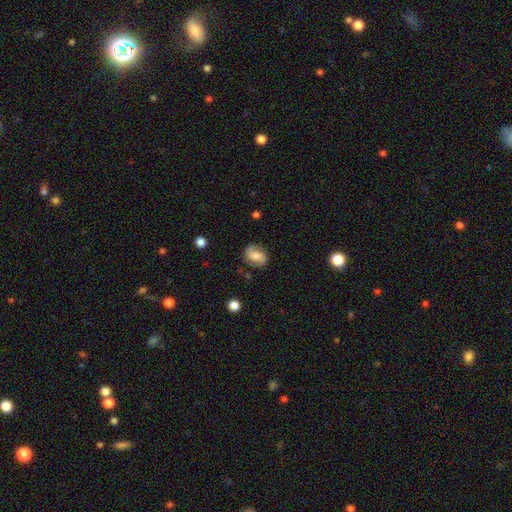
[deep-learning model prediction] Q: Smooth or featured?
A: featured or disk (52%); runner-up: smooth (39%)
Q: Edge-on disk?
A: no (97%); runner-up: yes (3%)
Q: Bar?
A: no (46%); runner-up: weak (40%)
Q: Spiral arms?
A: yes (89%); runner-up: no (11%)
Q: Bulge size?
A: moderate (51%); runner-up: small (24%)
Q: Merging?
A: none (77%); runner-up: minor disturbance (16%)